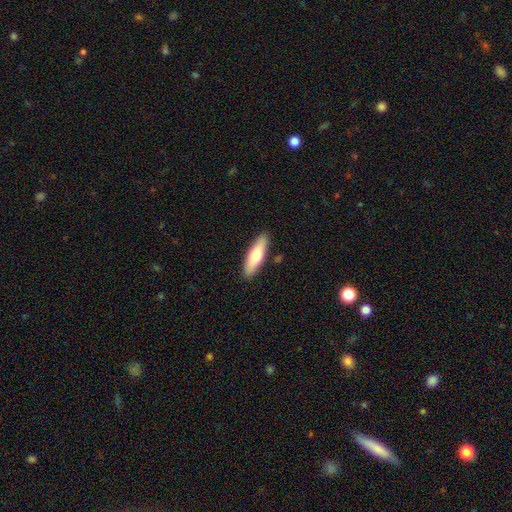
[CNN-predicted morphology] Overall: smooth (68%). How rounded: cigar-shaped (60%; in between 39%). Merging: none (89%).